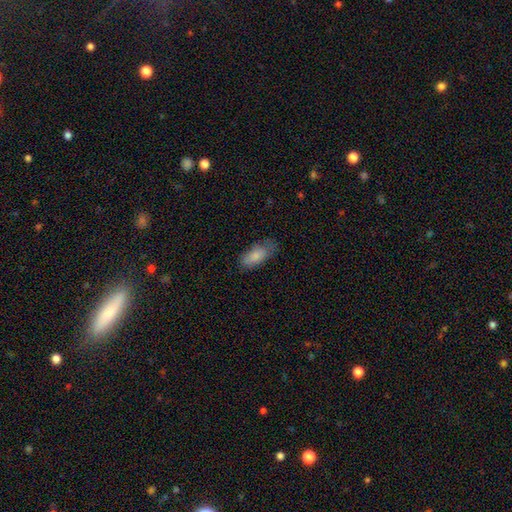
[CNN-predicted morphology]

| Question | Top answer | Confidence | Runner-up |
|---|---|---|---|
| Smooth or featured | smooth | 83% | featured or disk (10%) |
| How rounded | in between | 87% | cigar-shaped (11%) |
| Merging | none | 65% | minor disturbance (26%) |